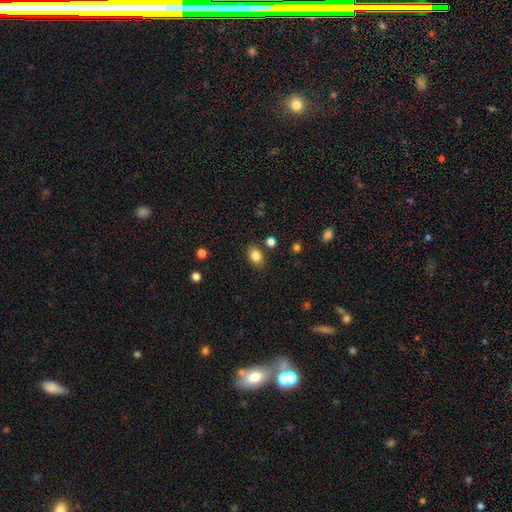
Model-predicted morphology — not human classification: smooth_or_featured: smooth (p=0.83) [alt: star or artifact p=0.10]
how_rounded: in between (p=0.77) [alt: round p=0.22]
merging: none (p=0.84) [alt: minor disturbance p=0.10]